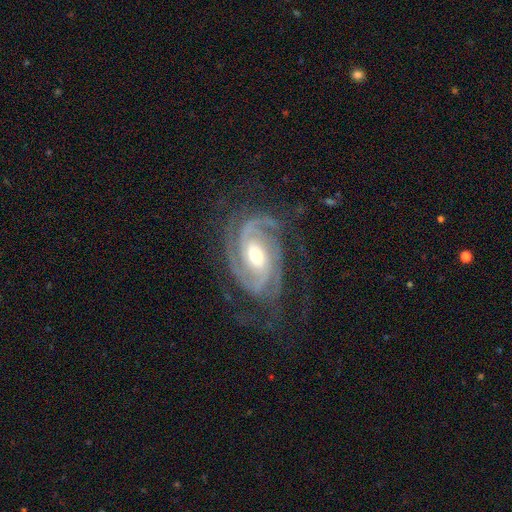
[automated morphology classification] Q: Smooth or featured?
A: featured or disk (92%); runner-up: star or artifact (4%)
Q: Edge-on disk?
A: no (97%); runner-up: yes (3%)
Q: Bar?
A: no (42%); runner-up: weak (39%)
Q: Spiral arms?
A: yes (98%); runner-up: no (2%)
Q: Spiral winding?
A: tight (61%); runner-up: medium (33%)
Q: Spiral arm count?
A: 3 (34%); runner-up: 2 (33%)
Q: Bulge size?
A: moderate (65%); runner-up: small (24%)
Q: Merging?
A: none (67%); runner-up: minor disturbance (19%)